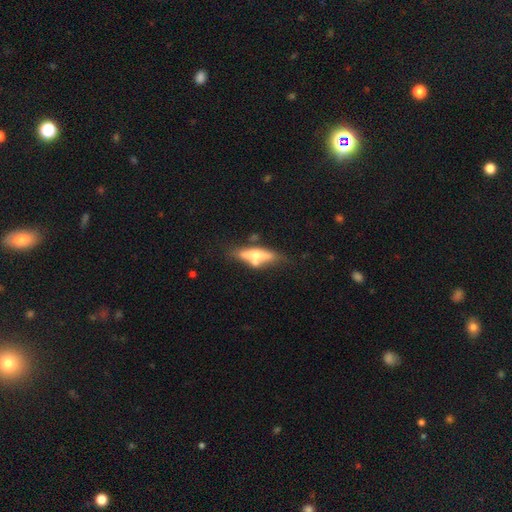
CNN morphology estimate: This appears to be a featured or disk galaxy (50%). Merging: none (53%).